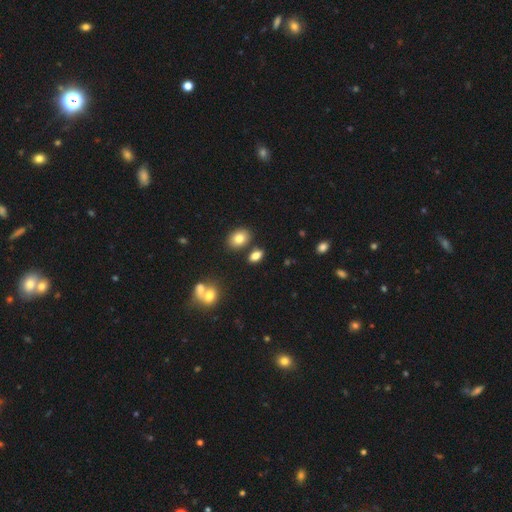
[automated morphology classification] type=smooth (81%); roundness=in between (85%); merging=none (75%).